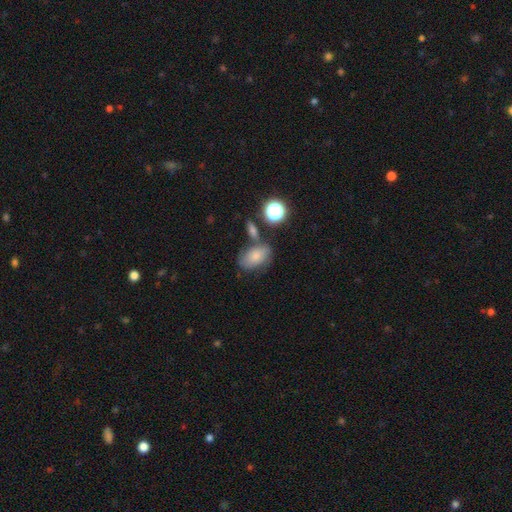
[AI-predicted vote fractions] smooth_or_featured: smooth (p=0.70) [alt: featured or disk p=0.19]
how_rounded: in between (p=0.83) [alt: round p=0.15]
merging: none (p=0.54) [alt: minor disturbance p=0.19]